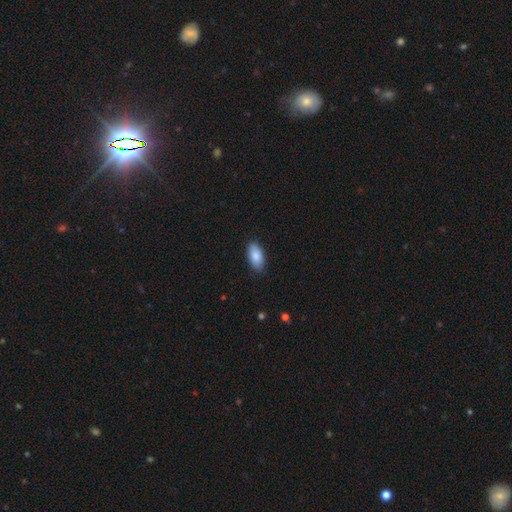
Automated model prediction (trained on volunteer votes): smooth_or_featured: smooth (p=0.86) [alt: featured or disk p=0.08]
how_rounded: in between (p=0.93) [alt: cigar-shaped p=0.05]
merging: none (p=0.85) [alt: minor disturbance p=0.11]